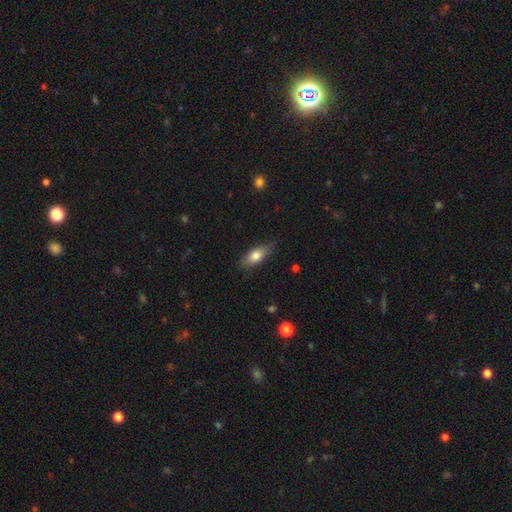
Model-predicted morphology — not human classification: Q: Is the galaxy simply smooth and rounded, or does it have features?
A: smooth — 77%.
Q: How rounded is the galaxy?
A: in between — 79%.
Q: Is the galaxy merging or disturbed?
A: none — 80%.